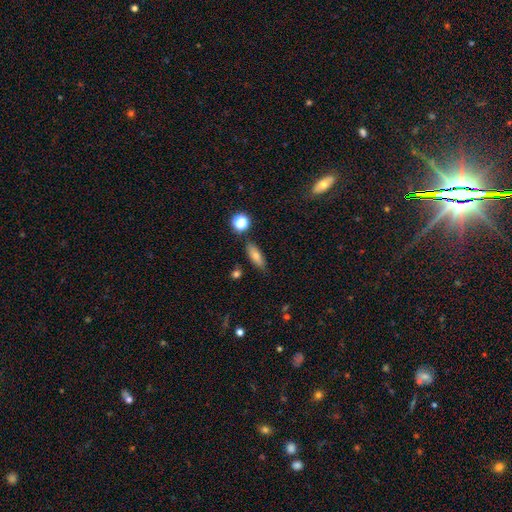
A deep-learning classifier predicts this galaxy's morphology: Smooth or featured? smooth (71%)
How rounded? in between (67%)
Merging? none (79%)